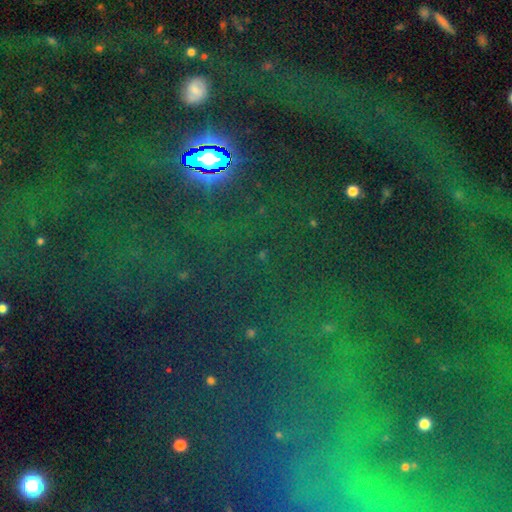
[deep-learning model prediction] The model was most divided on "smooth or featured": star or artifact: 80%, smooth: 12%, featured or disk: 8%.